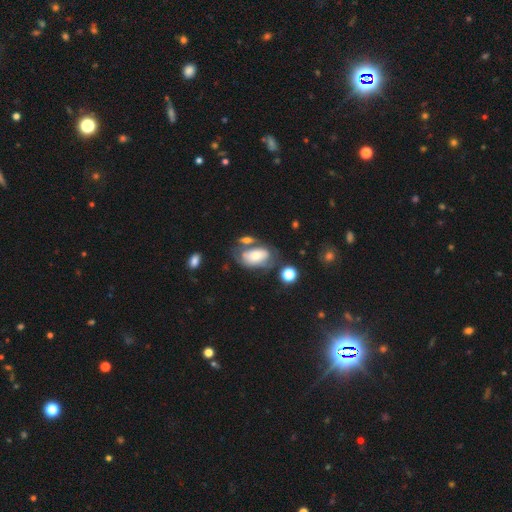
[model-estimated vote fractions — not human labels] Smooth or featured? smooth (57%)
How rounded? in between (89%)
Merging? none (42%)